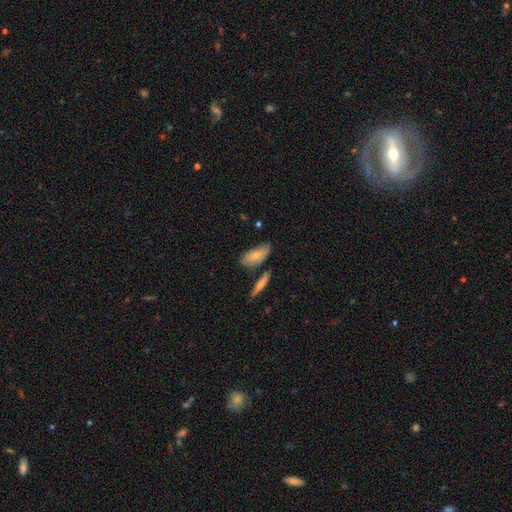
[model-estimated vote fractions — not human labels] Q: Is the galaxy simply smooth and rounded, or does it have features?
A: smooth — 73%.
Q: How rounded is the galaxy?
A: in between — 83%.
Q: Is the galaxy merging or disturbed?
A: none — 62%.